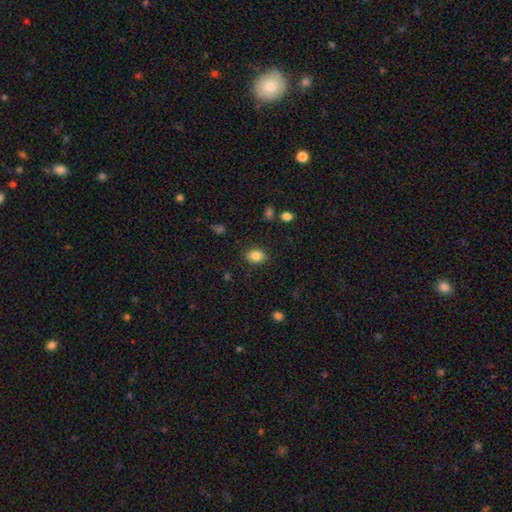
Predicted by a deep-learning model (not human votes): Smooth or featured: smooth — 85% (star or artifact — 10%)
How rounded: in between — 71% (round — 27%)
Merging: none — 85% (minor disturbance — 10%)